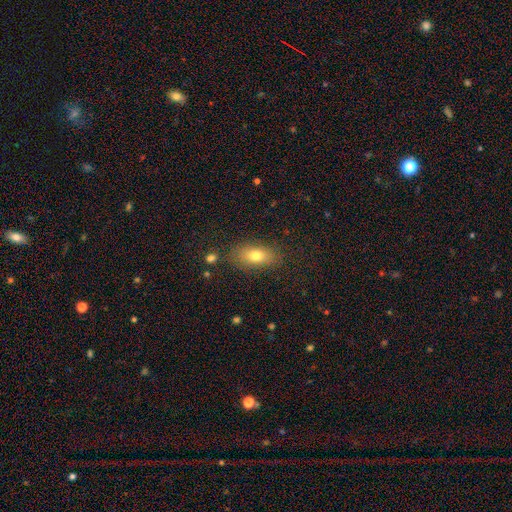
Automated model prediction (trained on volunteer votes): Smooth or featured?
  - smooth: 76% *
  - featured or disk: 14%
  - star or artifact: 10%
How rounded?
  - in between: 85% *
  - round: 8%
  - cigar-shaped: 7%
Merging?
  - none: 82% *
  - minor disturbance: 12%
  - major disturbance: 4%
  - merger: 2%